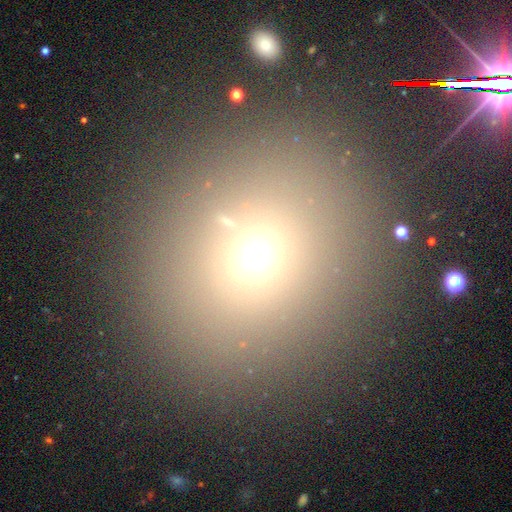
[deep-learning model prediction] Smooth or featured?
  - smooth: 67% *
  - star or artifact: 23%
  - featured or disk: 10%
How rounded?
  - round: 78% *
  - in between: 21%
  - cigar-shaped: 1%
Merging?
  - none: 84% *
  - minor disturbance: 8%
  - major disturbance: 4%
  - merger: 4%